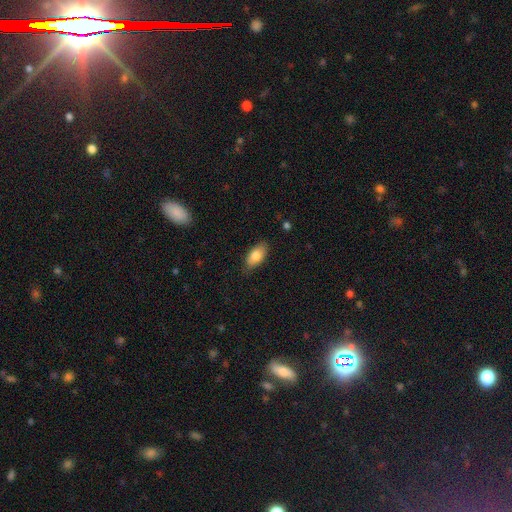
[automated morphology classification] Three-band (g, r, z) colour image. It shows a smooth galaxy with no disk features (82%) that is in between round and cigar-shaped (92%). Merging: none (80%).